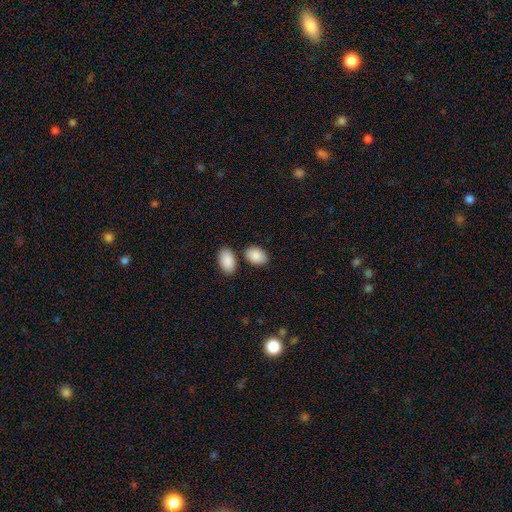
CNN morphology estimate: type=smooth (89%); roundness=in between (88%); merging=none (74%).